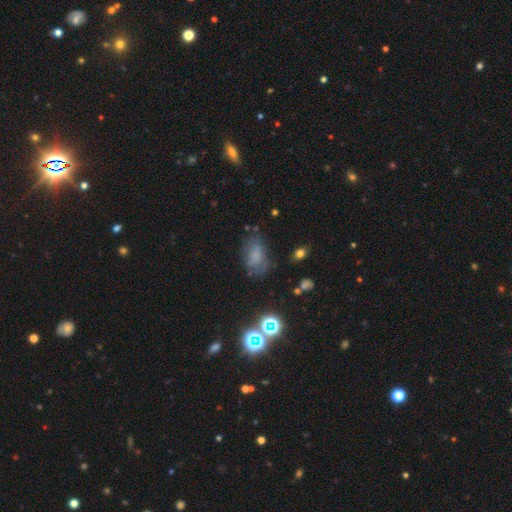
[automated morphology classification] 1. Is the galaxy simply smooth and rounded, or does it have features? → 63% smooth, 19% star or artifact, 18% featured or disk.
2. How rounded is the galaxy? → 85% in between, 11% round, 3% cigar-shaped.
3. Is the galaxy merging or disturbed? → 55% none, 26% minor disturbance, 15% major disturbance, 4% merger.